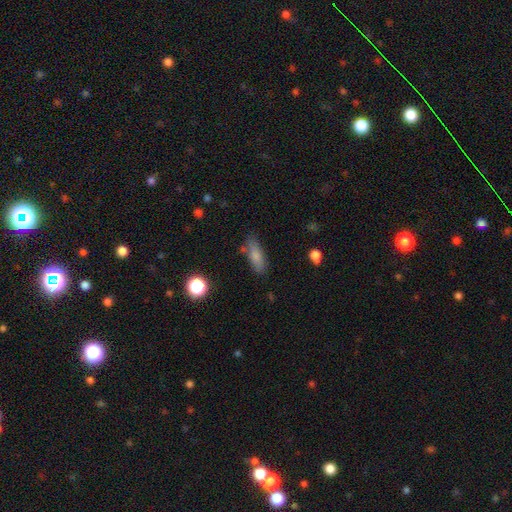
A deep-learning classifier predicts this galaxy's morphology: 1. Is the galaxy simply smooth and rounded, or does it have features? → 79% smooth, 12% featured or disk, 9% star or artifact.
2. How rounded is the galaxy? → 65% in between, 32% cigar-shaped, 3% round.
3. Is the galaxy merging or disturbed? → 73% none, 18% minor disturbance, 5% major disturbance, 5% merger.